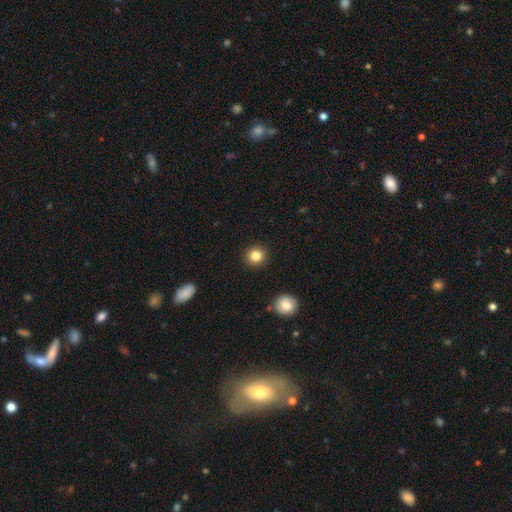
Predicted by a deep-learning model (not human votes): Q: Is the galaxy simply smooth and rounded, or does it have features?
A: smooth — 84%.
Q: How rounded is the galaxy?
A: round — 93%.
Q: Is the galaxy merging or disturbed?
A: none — 92%.